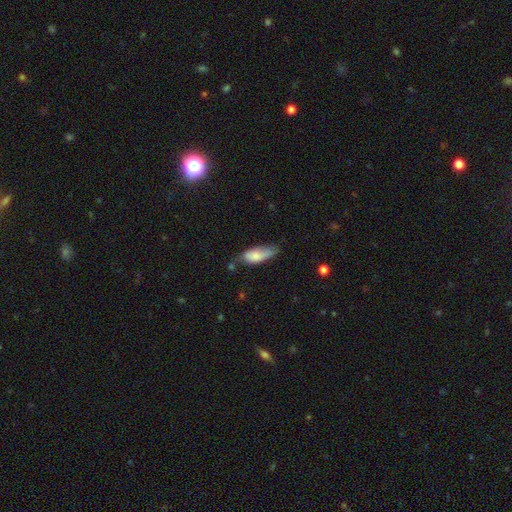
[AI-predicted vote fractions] Smooth or featured? smooth (76%)
How rounded? in between (75%)
Merging? none (52%)